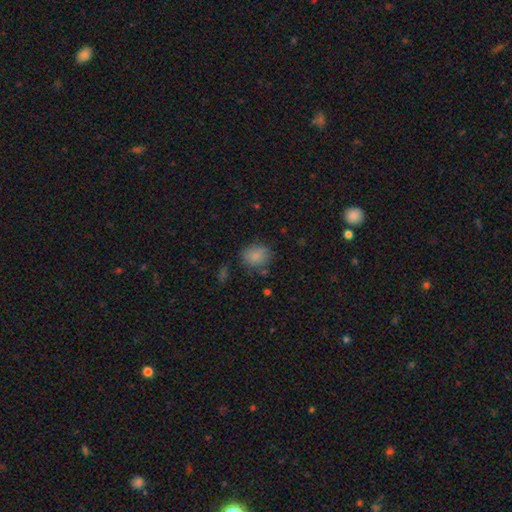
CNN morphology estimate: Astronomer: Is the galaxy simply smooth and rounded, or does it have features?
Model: smooth — 81%.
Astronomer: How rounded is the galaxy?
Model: round — 63%.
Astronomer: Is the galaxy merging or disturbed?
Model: none — 69%.